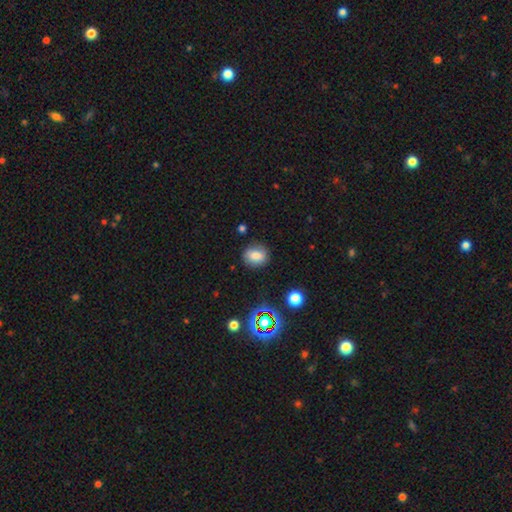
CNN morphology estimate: smooth_or_featured: smooth (p=0.79) [alt: star or artifact p=0.12]
how_rounded: round (p=0.60) [alt: in between p=0.39]
merging: none (p=0.83) [alt: minor disturbance p=0.12]